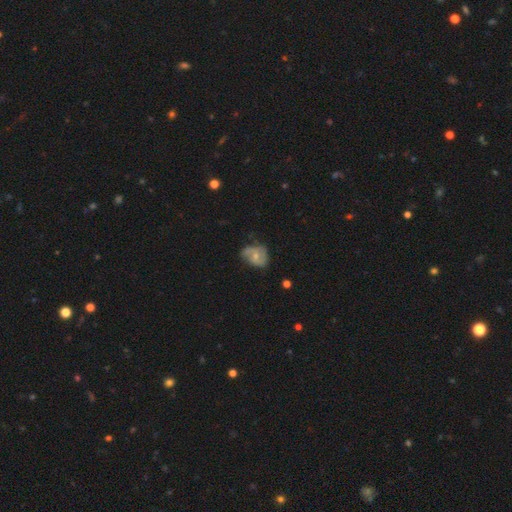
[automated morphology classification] The model was most divided on "merging": none: 40%, minor disturbance: 37%, major disturbance: 20%, merger: 3%. More confident: edge-on disk — no (97%); smooth or featured — featured or disk (50%).